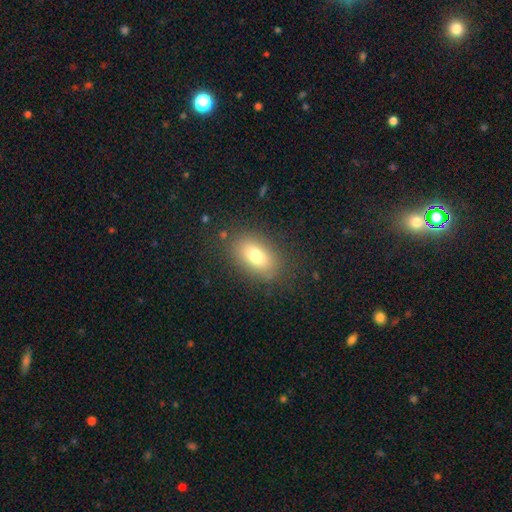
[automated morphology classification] smooth_or_featured: smooth (p=0.76) [alt: featured or disk p=0.14]
how_rounded: in between (p=0.86) [alt: round p=0.11]
merging: none (p=0.83) [alt: minor disturbance p=0.11]